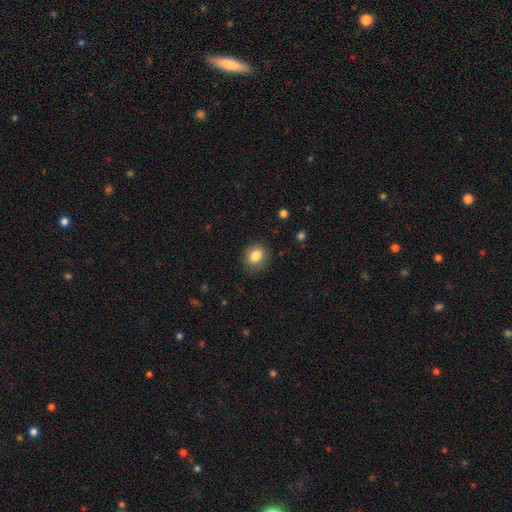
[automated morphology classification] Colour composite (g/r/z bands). It shows a smooth galaxy with no disk features (83%) that is round (64%). Merging: none (83%).